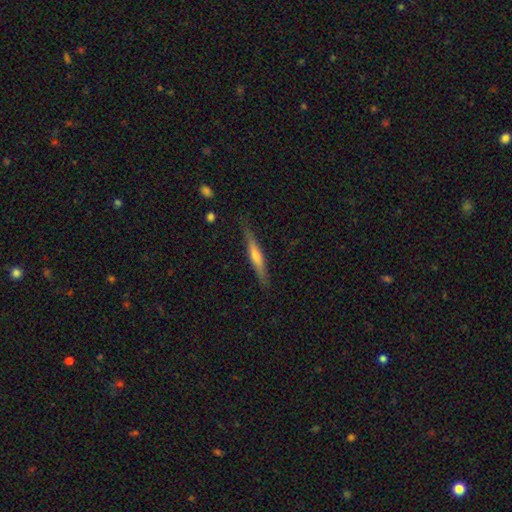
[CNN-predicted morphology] featured or disk 52%, smooth 42%, star or artifact 6%. Down the decision tree: edge-on disk — yes (95%); merging — none (84%).